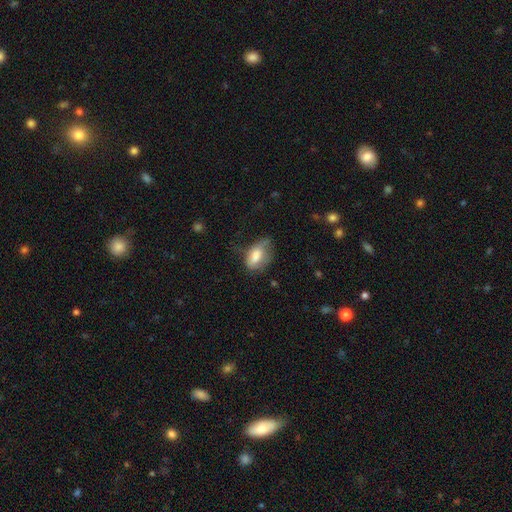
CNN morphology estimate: This is likely a smooth galaxy (72%). How rounded: clearly in between (88%). Merging: marginally minor disturbance (38%).